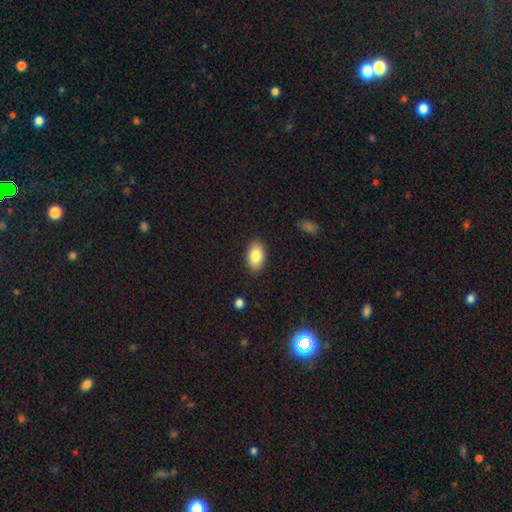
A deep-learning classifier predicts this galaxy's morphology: smooth-or-featured: smooth: 83% | featured or disk: 10% | star or artifact: 7%
  how-rounded: in between: 92% | round: 6% | cigar-shaped: 1%
  merging: none: 88% | minor disturbance: 9% | major disturbance: 2% | merger: 1%